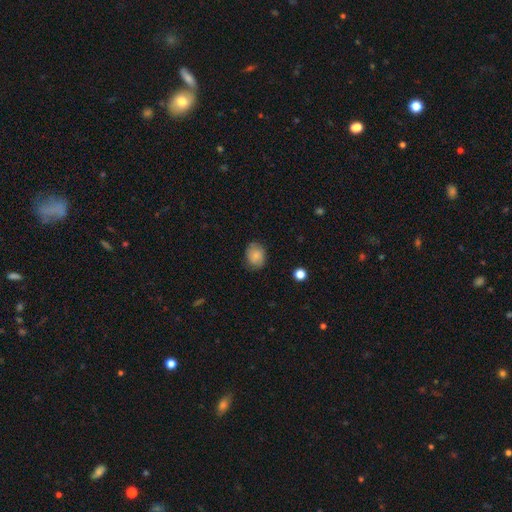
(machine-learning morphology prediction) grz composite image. It shows a smooth galaxy with no disk features (81%) that is in between round and cigar-shaped (54%). Merging: none (80%).